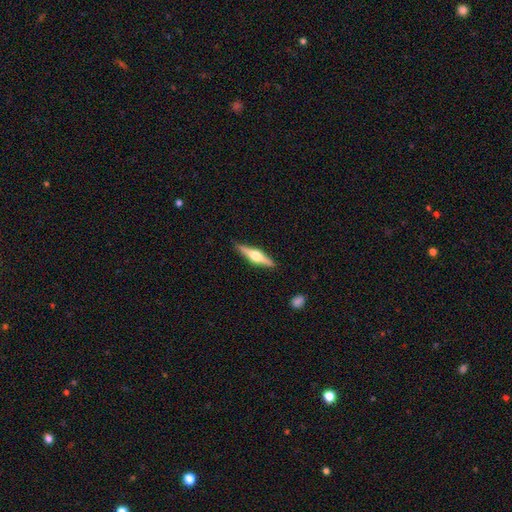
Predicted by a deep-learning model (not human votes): smooth-or-featured: featured or disk: 72% | smooth: 23% | star or artifact: 5%
  disk-edge-on: yes: 98% | no: 2%
    edge-on-bulge: rounded: 95% | boxy: 4% | none: 2%
  merging: none: 90% | minor disturbance: 7% | major disturbance: 2% | merger: 1%